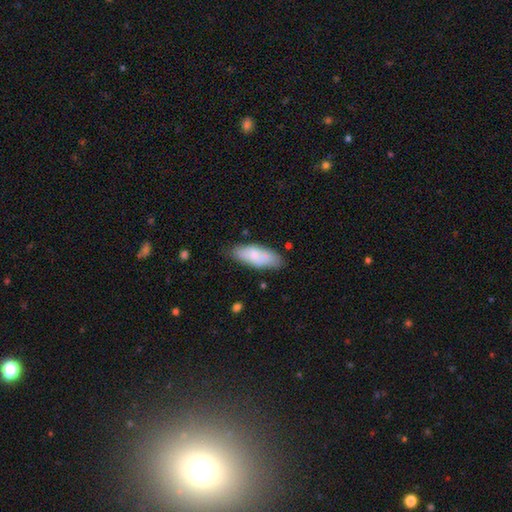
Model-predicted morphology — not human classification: smooth-or-featured: smooth: 73% | featured or disk: 21% | star or artifact: 6%
  how-rounded: in between: 76% | cigar-shaped: 22% | round: 2%
  merging: none: 71% | minor disturbance: 20% | merger: 5% | major disturbance: 4%